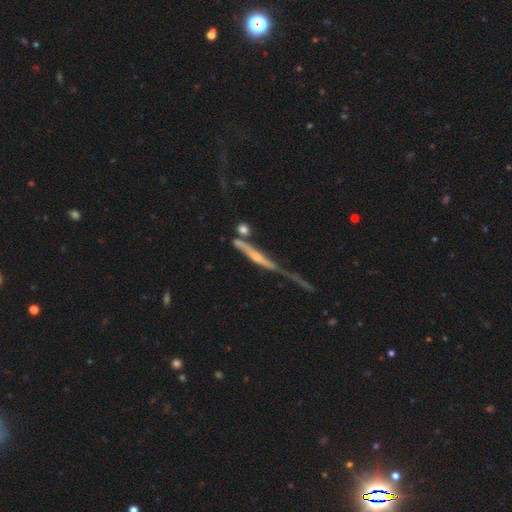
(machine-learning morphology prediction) Smooth or featured: featured or disk — 65% (smooth — 25%)
Edge-on disk: yes — 86% (no — 14%)
Edge-on bulge: none — 42% (tied with rounded — 42%)
Merging: none — 32% (merger — 25%)